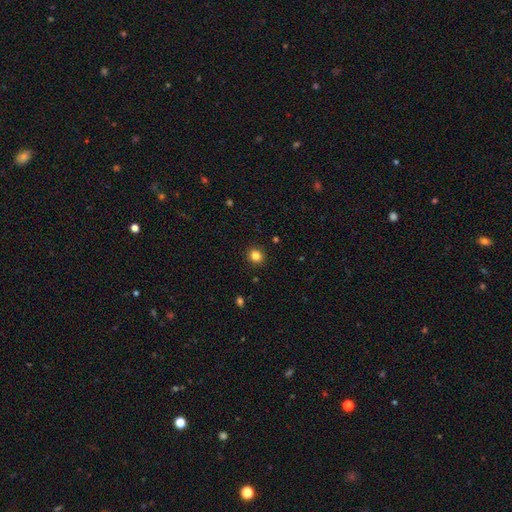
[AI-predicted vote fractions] Smooth or featured?
  - smooth: 84% *
  - star or artifact: 12%
  - featured or disk: 4%
How rounded?
  - round: 83% *
  - in between: 16%
  - cigar-shaped: 1%
Merging?
  - none: 91% *
  - minor disturbance: 6%
  - major disturbance: 2%
  - merger: 1%